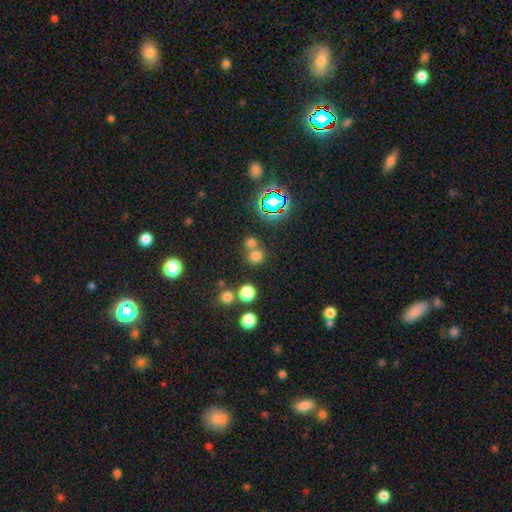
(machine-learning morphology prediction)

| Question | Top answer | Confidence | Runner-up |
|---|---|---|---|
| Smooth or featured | smooth | 68% | star or artifact (25%) |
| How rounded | round | 89% | in between (10%) |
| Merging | none | 59% | merger (32%) |